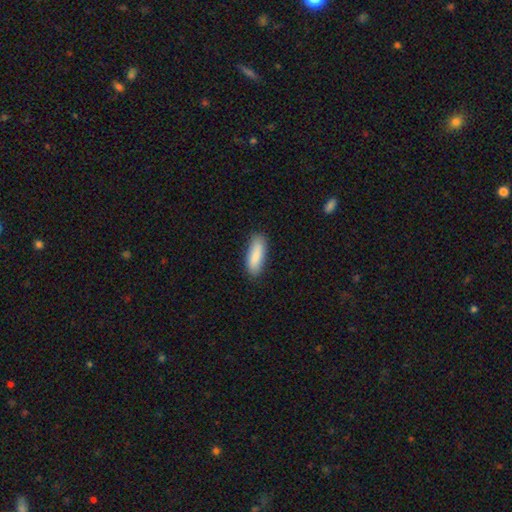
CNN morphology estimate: smooth_or_featured: smooth (p=0.87) [alt: featured or disk p=0.07]
how_rounded: in between (p=0.62) [alt: cigar-shaped p=0.36]
merging: none (p=0.84) [alt: minor disturbance p=0.13]